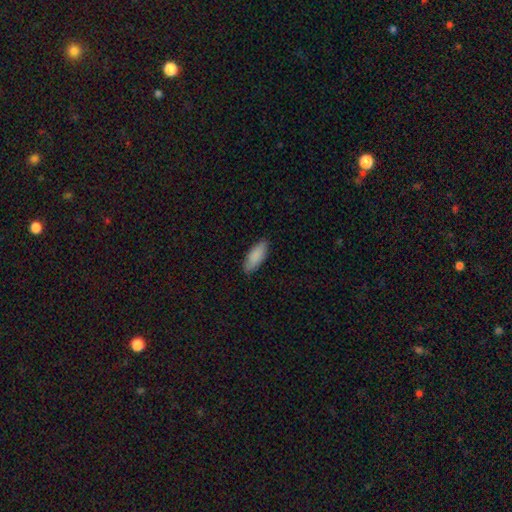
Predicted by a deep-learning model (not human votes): A smooth galaxy with no disk features (87%) that is in between round and cigar-shaped (78%).

Vote fractions:
- Smooth or featured? smooth: 87% / featured or disk: 7% / star or artifact: 5%
- How rounded? in between: 78% / cigar-shaped: 20% / round: 2%
- Merging? none: 85% / minor disturbance: 12% / major disturbance: 2% / merger: 1%